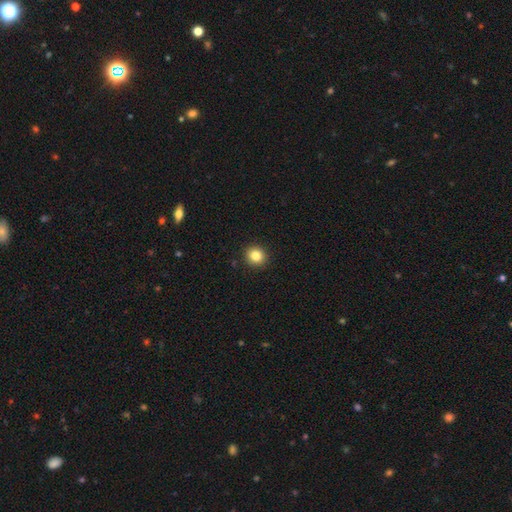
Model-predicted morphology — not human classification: A smooth galaxy with no disk features (83%) that is round (88%). Merging: none (92%).